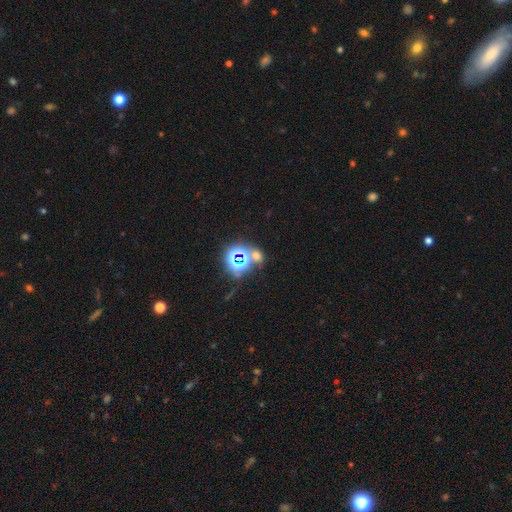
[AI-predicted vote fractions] Smooth or featured? star or artifact (52%)